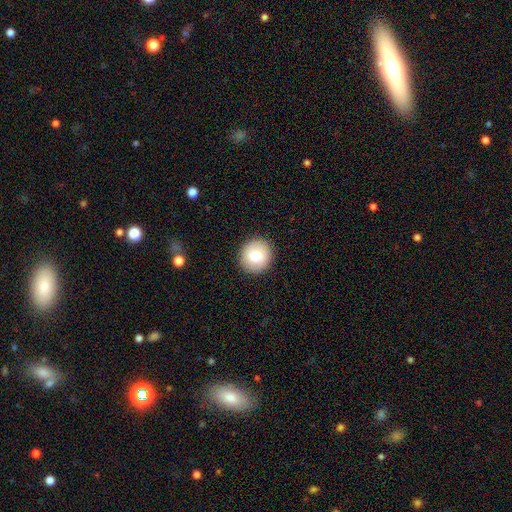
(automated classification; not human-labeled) The model was most divided on "smooth or featured": smooth: 83%, featured or disk: 10%, star or artifact: 8%. More confident: how rounded — round (92%); merging — none (91%).